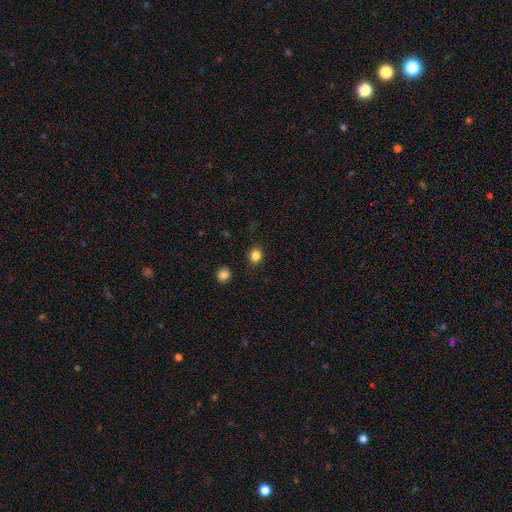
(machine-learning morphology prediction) Smooth or featured? smooth (84%)
How rounded? round (74%)
Merging? none (88%)